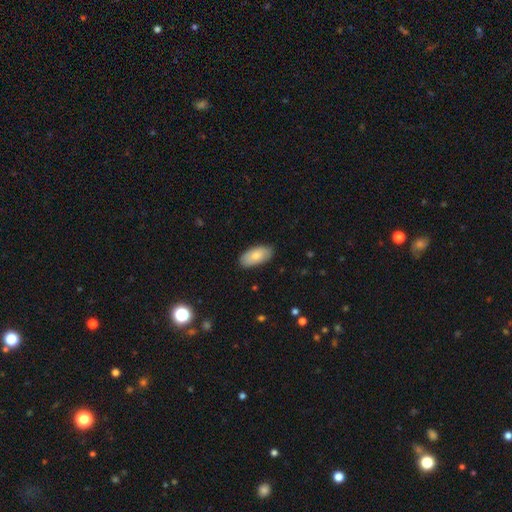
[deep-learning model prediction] Smooth or featured? Predicted: smooth (p=0.78). How rounded? Predicted: in between (p=0.93). Merging? Predicted: none (p=0.85).